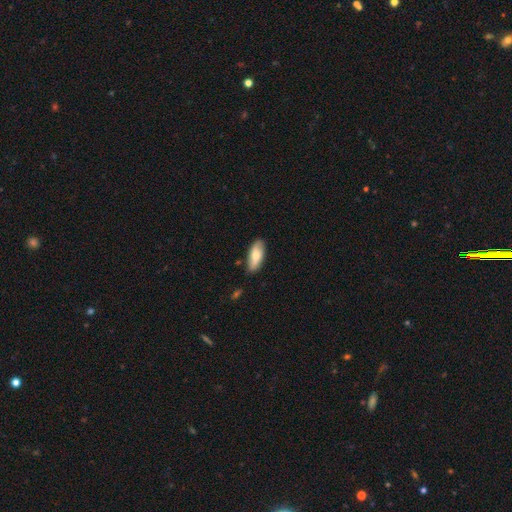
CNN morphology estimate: Smooth or featured? smooth (71%)
How rounded? in between (81%)
Merging? none (77%)